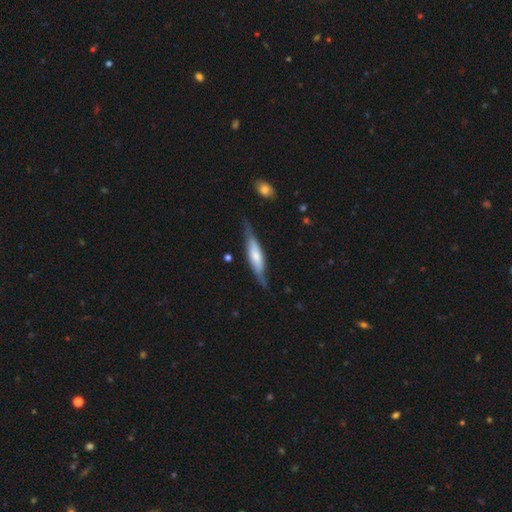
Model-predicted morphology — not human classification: smooth-or-featured: featured or disk: 56% | smooth: 39% | star or artifact: 5%
  disk-edge-on: yes: 84% | no: 16%
  merging: none: 72% | minor disturbance: 21% | major disturbance: 5% | merger: 2%